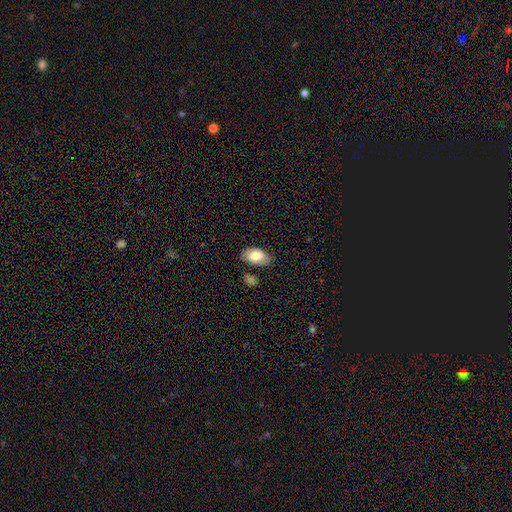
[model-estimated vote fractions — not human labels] Smooth or featured? Predicted: smooth (p=0.74). How rounded? Predicted: in between (p=0.94). Merging? Predicted: none (p=0.75).